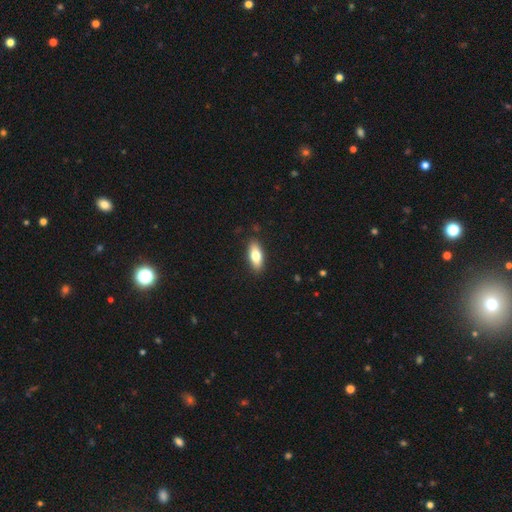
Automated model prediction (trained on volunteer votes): A smooth galaxy with no disk features (75%) that is in between round and cigar-shaped (77%).

Vote fractions:
- Smooth or featured? smooth: 75% / featured or disk: 19% / star or artifact: 6%
- How rounded? in between: 77% / cigar-shaped: 20% / round: 3%
- Merging? none: 88% / minor disturbance: 9% / major disturbance: 2% / merger: 1%